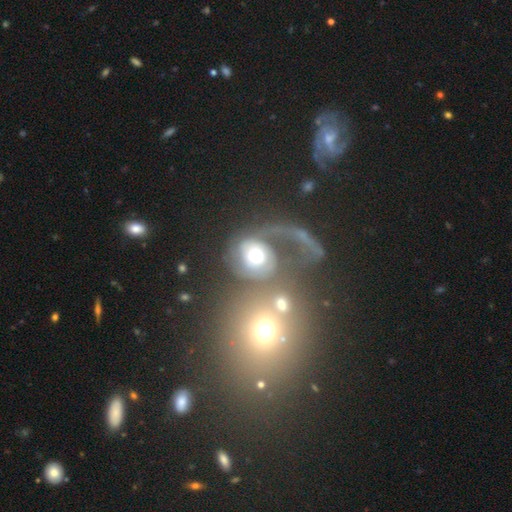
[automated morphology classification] This appears to be a featured or disk galaxy (55%) with no bar (76%), spiral arms (70%) and a moderate central bulge (57%). Merging: merger (41%).